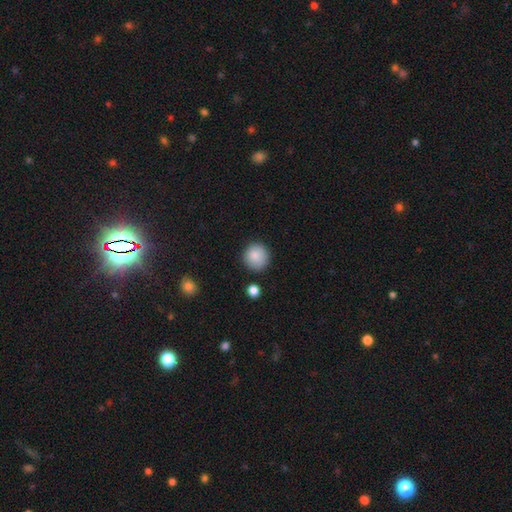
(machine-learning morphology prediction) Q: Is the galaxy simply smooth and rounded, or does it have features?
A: smooth — 87%.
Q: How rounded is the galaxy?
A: round — 93%.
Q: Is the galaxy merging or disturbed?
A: none — 86%.